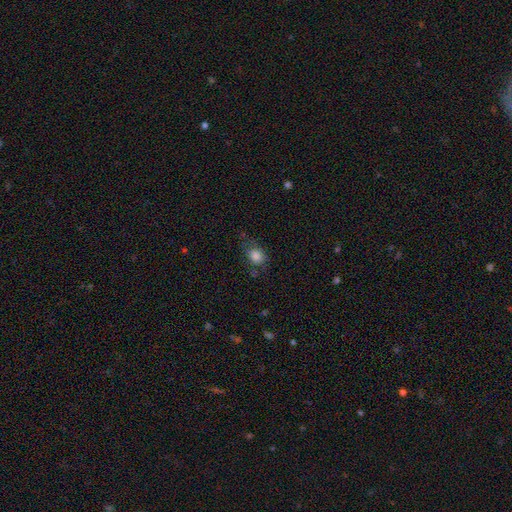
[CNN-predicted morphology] smooth-or-featured: smooth: 82% | star or artifact: 10% | featured or disk: 7%
  how-rounded: round: 50% | in between: 48% | cigar-shaped: 2%
  merging: none: 57% | minor disturbance: 28% | major disturbance: 12% | merger: 3%